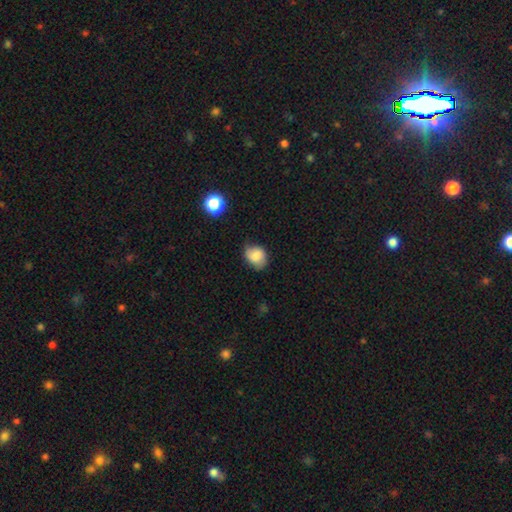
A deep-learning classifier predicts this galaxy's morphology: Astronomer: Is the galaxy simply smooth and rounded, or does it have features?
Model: smooth — 79%.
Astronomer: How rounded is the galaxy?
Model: round — 51% (runner-up: in between, 48%).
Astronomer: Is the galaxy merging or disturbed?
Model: none — 63%.